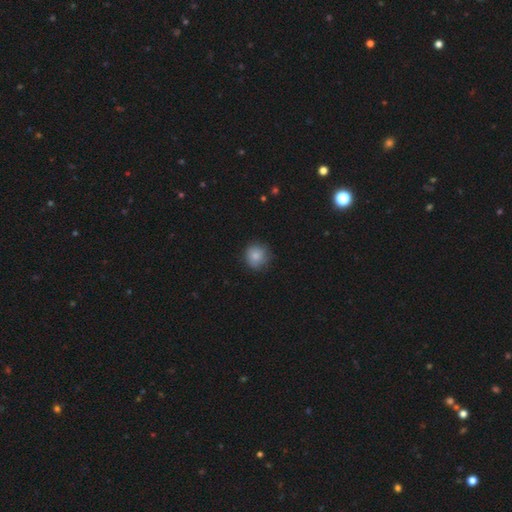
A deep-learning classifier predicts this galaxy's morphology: smooth-or-featured: smooth: 81% | featured or disk: 11% | star or artifact: 8%
  how-rounded: round: 90% | in between: 9% | cigar-shaped: 1%
  merging: none: 75% | minor disturbance: 19% | major disturbance: 4% | merger: 1%